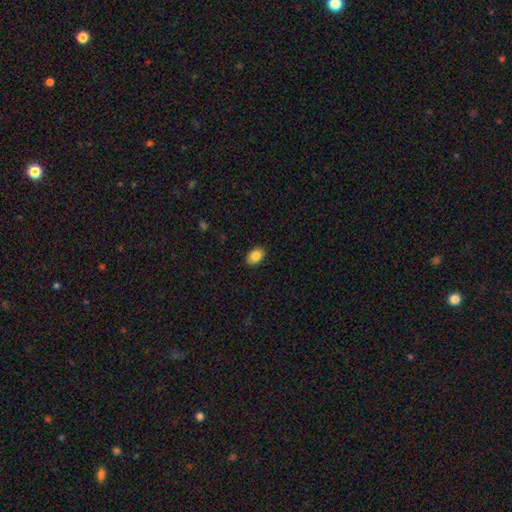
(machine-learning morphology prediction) smooth-or-featured: smooth: 85% | star or artifact: 8% | featured or disk: 7%
  how-rounded: in between: 84% | round: 15% | cigar-shaped: 1%
  merging: none: 89% | minor disturbance: 8% | major disturbance: 2% | merger: 1%